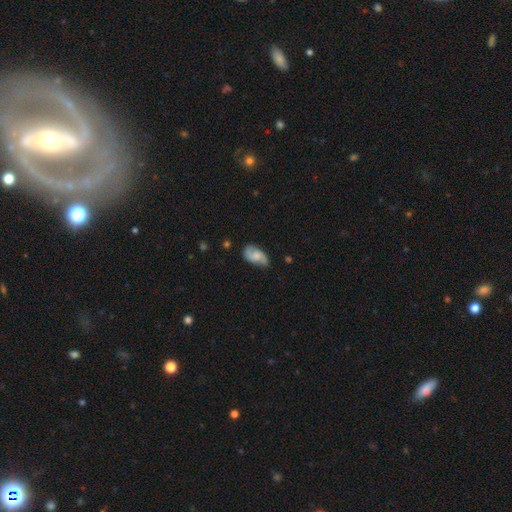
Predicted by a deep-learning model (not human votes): featured or disk 55%, smooth 38%, star or artifact 7%. Down the decision tree: edge-on disk — no (96%); bar — no (62%); spiral arms — yes (91%); bulge size — moderate (38%); merging — none (71%).